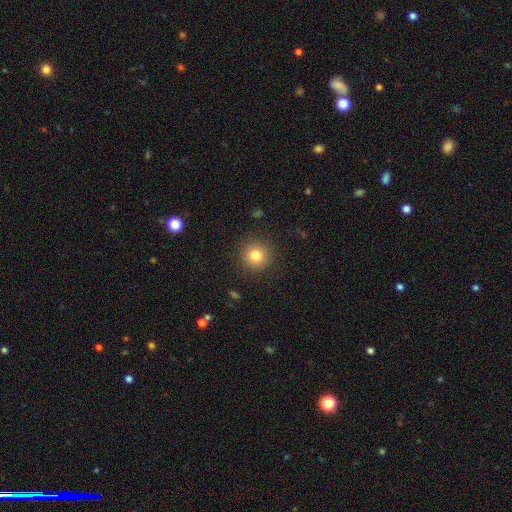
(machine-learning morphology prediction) Smooth or featured?
  - smooth: 81% *
  - star or artifact: 12%
  - featured or disk: 7%
How rounded?
  - round: 94% *
  - in between: 5%
  - cigar-shaped: 1%
Merging?
  - none: 89% *
  - minor disturbance: 7%
  - major disturbance: 3%
  - merger: 1%